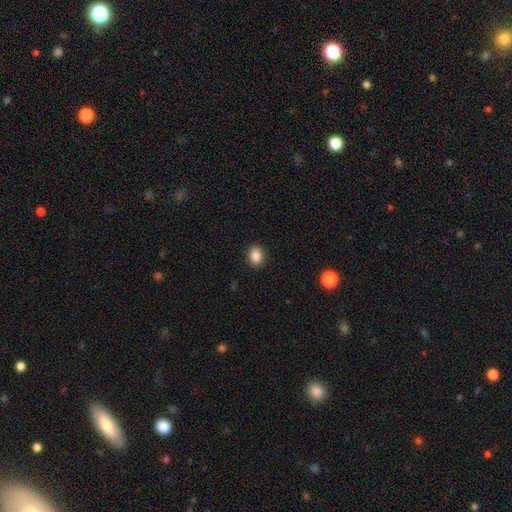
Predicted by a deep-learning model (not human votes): A smooth galaxy with no disk features (87%) that is in between round and cigar-shaped (52%).

Vote fractions:
- Smooth or featured? smooth: 87% / star or artifact: 9% / featured or disk: 4%
- How rounded? in between: 52% / round: 47% / cigar-shaped: 1%
- Merging? none: 90% / minor disturbance: 7% / major disturbance: 2% / merger: 1%